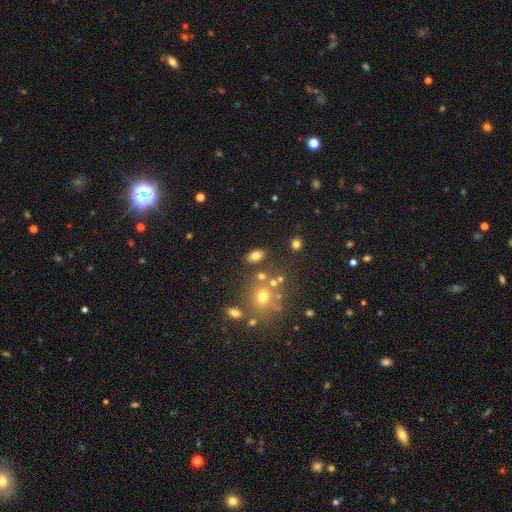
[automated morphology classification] smooth-or-featured: smooth: 75% | star or artifact: 13% | featured or disk: 12%
  how-rounded: in between: 86% | round: 12% | cigar-shaped: 2%
  merging: none: 77% | minor disturbance: 12% | merger: 8% | major disturbance: 4%